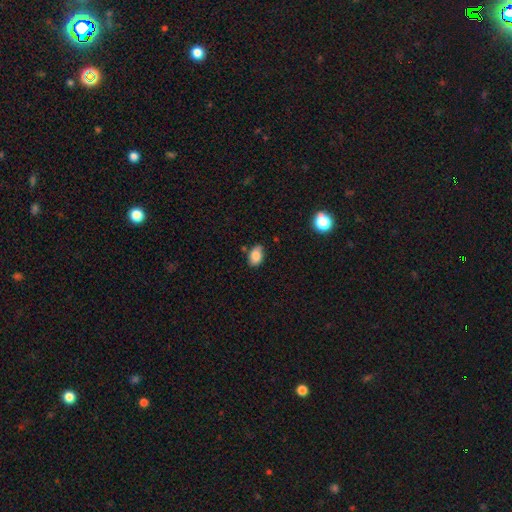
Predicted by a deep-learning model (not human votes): Morphology: type=smooth (85%); roundness=in between (87%); merging=none (75%).